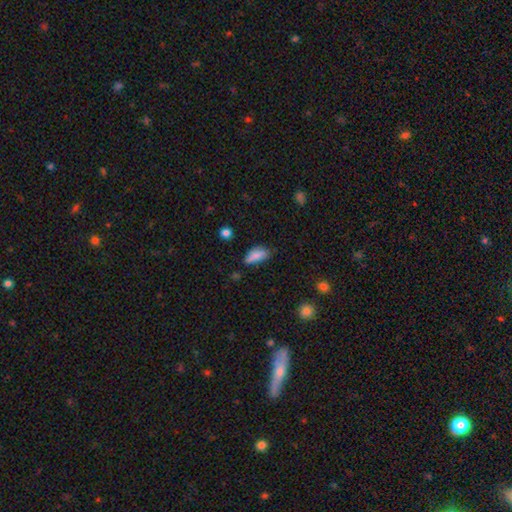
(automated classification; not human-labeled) Smooth or featured: smooth — 80% (featured or disk — 11%)
How rounded: in between — 81% (cigar-shaped — 16%)
Merging: none — 51% (minor disturbance — 34%)